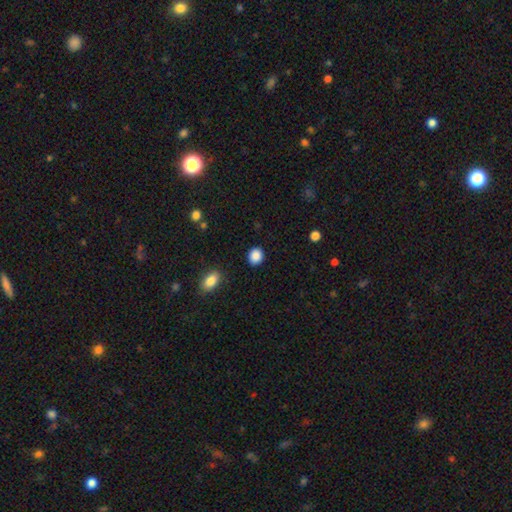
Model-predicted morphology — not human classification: A smooth galaxy with no disk features (89%) that is round (73%). Merging: none (90%).